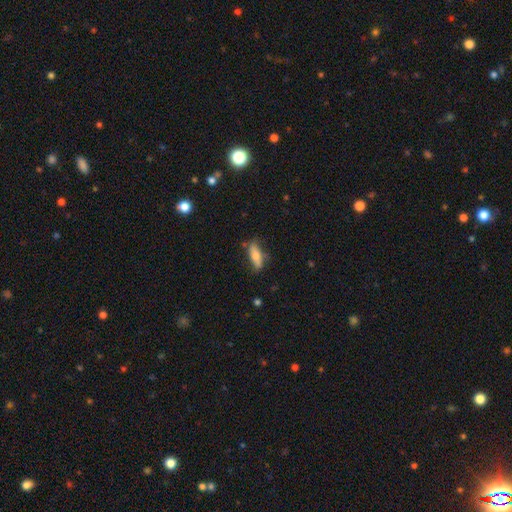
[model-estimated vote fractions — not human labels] smooth 62%, featured or disk 31%, star or artifact 7%. Down the decision tree: how rounded — in between (58%); merging — none (68%).